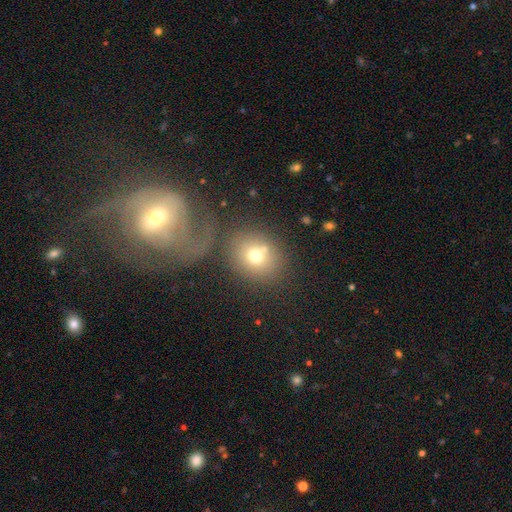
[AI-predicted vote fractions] Q: Smooth or featured?
A: smooth (69%); runner-up: featured or disk (20%)
Q: How rounded?
A: round (64%); runner-up: in between (35%)
Q: Merging?
A: none (55%); runner-up: merger (23%)